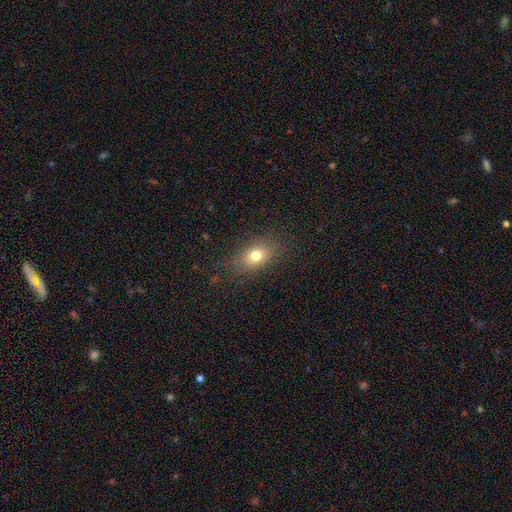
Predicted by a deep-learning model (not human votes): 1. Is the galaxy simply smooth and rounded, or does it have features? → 75% smooth, 13% star or artifact, 12% featured or disk.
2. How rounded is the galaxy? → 72% in between, 24% round, 4% cigar-shaped.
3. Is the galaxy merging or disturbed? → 81% none, 13% minor disturbance, 5% major disturbance, 1% merger.